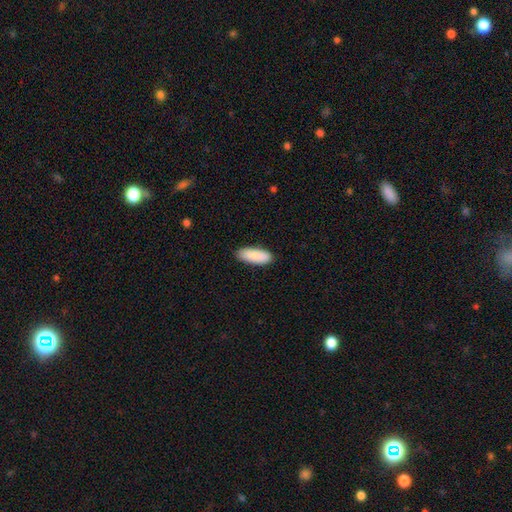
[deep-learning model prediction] Smooth or featured? smooth (89%)
How rounded? in between (77%)
Merging? none (86%)